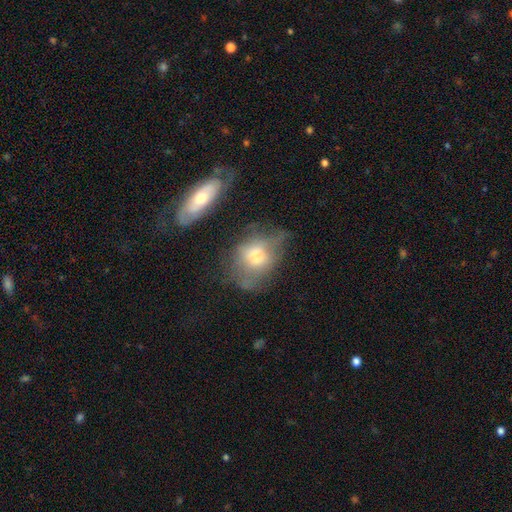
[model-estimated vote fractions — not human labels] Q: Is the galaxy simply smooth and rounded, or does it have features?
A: smooth — 48%.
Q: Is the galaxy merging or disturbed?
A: none — 37%.